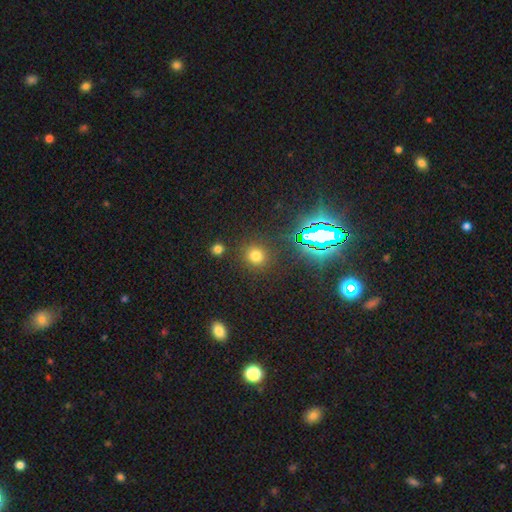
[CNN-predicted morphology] A smooth galaxy with no disk features (69%) that is round (88%).

Vote fractions:
- Smooth or featured? smooth: 69% / star or artifact: 25% / featured or disk: 6%
- How rounded? round: 88% / in between: 11% / cigar-shaped: 1%
- Merging? none: 87% / minor disturbance: 7% / major disturbance: 3% / merger: 3%